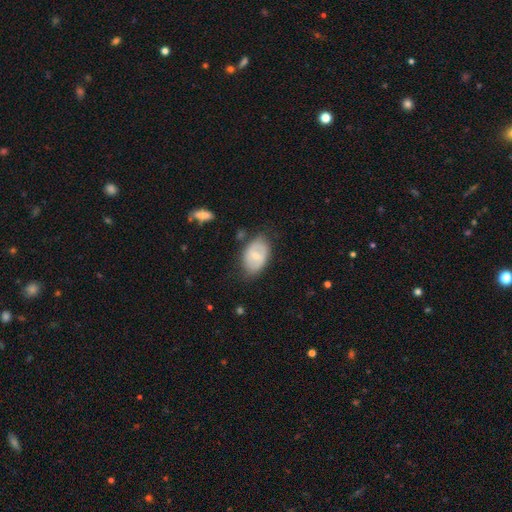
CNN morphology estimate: Smooth or featured? Predicted: smooth (p=0.54). How rounded? Predicted: in between (p=0.87). Merging? Predicted: none (p=0.68).